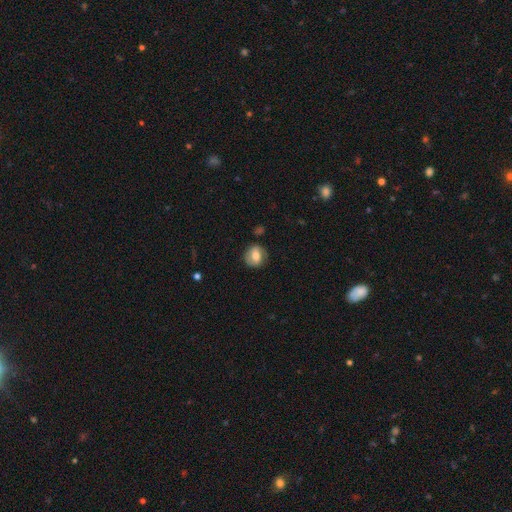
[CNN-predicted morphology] type=smooth (59%); roundness=round (76%); merging=none (77%).